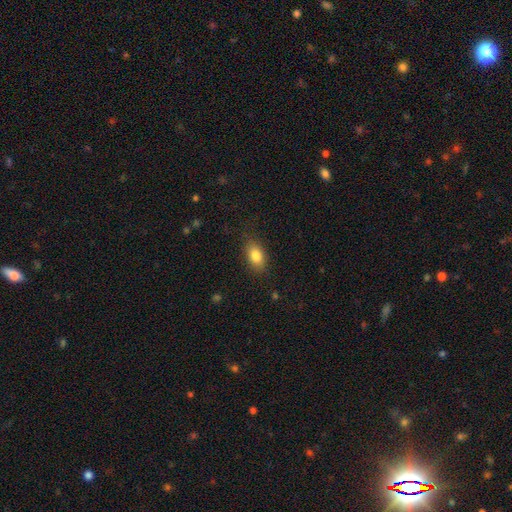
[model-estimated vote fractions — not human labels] smooth-or-featured: smooth: 83% | featured or disk: 9% | star or artifact: 8%
  how-rounded: in between: 87% | round: 10% | cigar-shaped: 3%
  merging: none: 83% | minor disturbance: 13% | major disturbance: 3% | merger: 1%